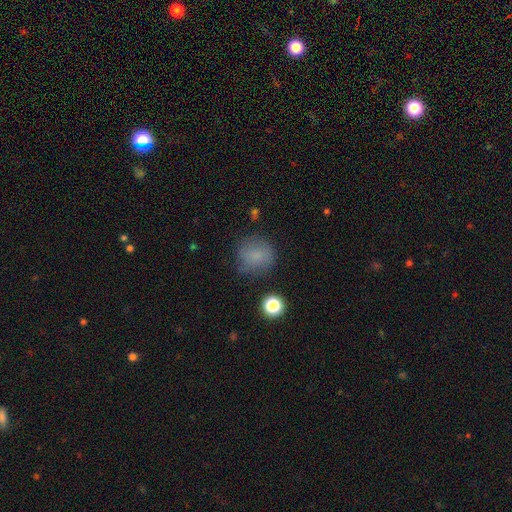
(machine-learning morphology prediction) smooth-or-featured: smooth: 77% | star or artifact: 13% | featured or disk: 11%
  how-rounded: round: 85% | in between: 14% | cigar-shaped: 1%
  merging: none: 70% | minor disturbance: 20% | major disturbance: 8% | merger: 2%